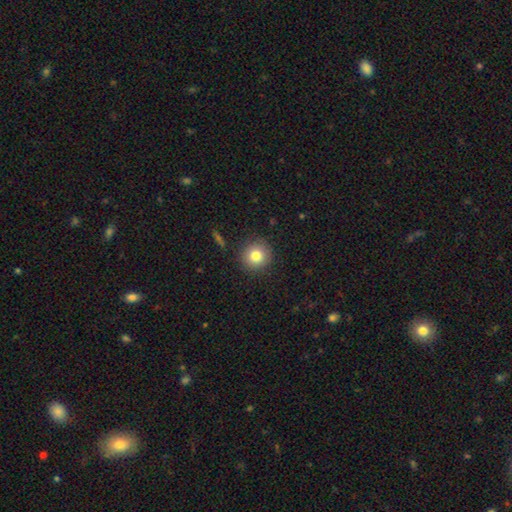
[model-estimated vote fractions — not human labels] Morphology: type=smooth (80%); roundness=round (94%); merging=none (90%).